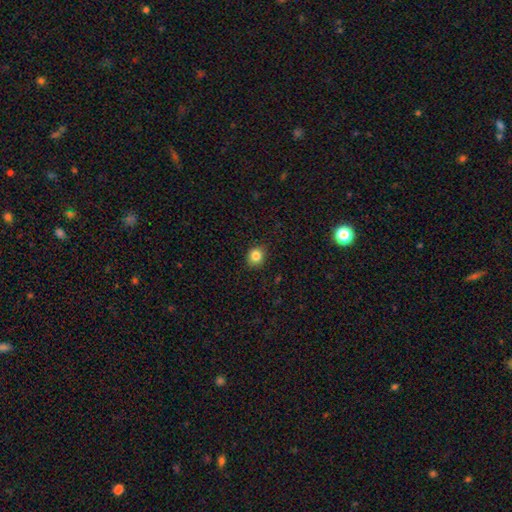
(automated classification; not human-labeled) A smooth galaxy with no disk features (84%) that is round (70%). Merging: none (88%).